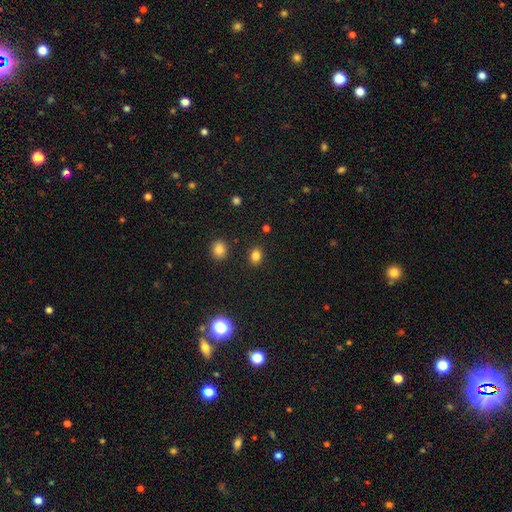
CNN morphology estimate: Smooth or featured?
  - smooth: 81% *
  - star or artifact: 14%
  - featured or disk: 5%
How rounded?
  - in between: 54% *
  - round: 45%
  - cigar-shaped: 1%
Merging?
  - none: 87% *
  - minor disturbance: 8%
  - merger: 3%
  - major disturbance: 3%